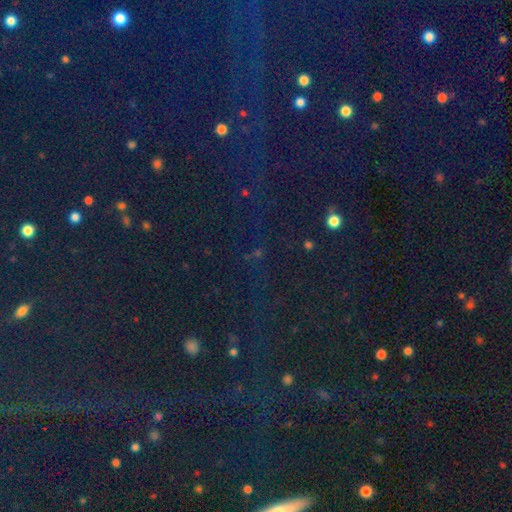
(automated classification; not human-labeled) Smooth or featured: star or artifact — 81% (smooth — 12%)